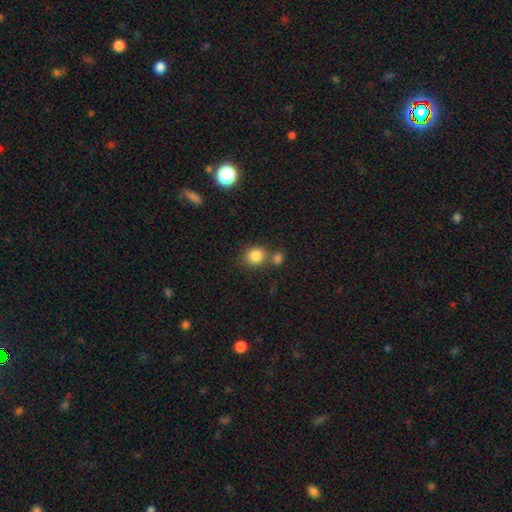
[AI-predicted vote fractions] Smooth or featured: smooth — 84% (star or artifact — 10%)
How rounded: round — 75% (in between — 24%)
Merging: none — 61% (merger — 24%)